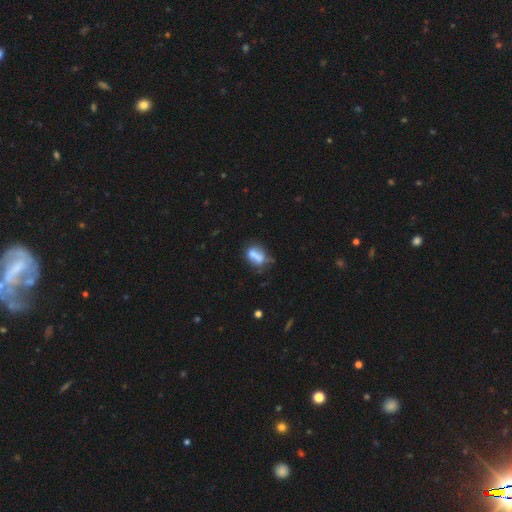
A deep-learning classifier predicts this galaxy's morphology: type=smooth (63%); roundness=in between (73%); merging=none (35%).